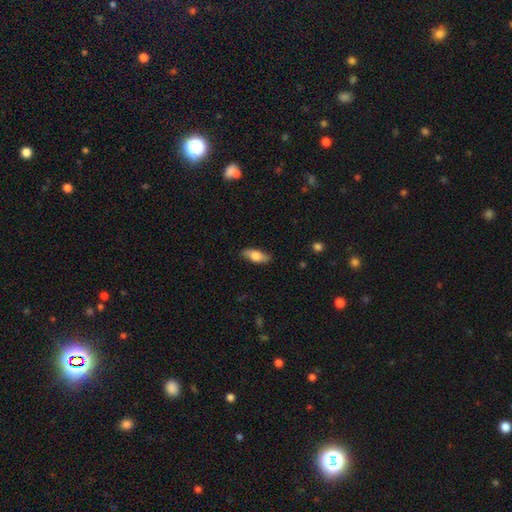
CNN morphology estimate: Smooth or featured? Predicted: smooth (p=0.71). How rounded? Predicted: in between (p=0.76). Merging? Predicted: none (p=0.85).